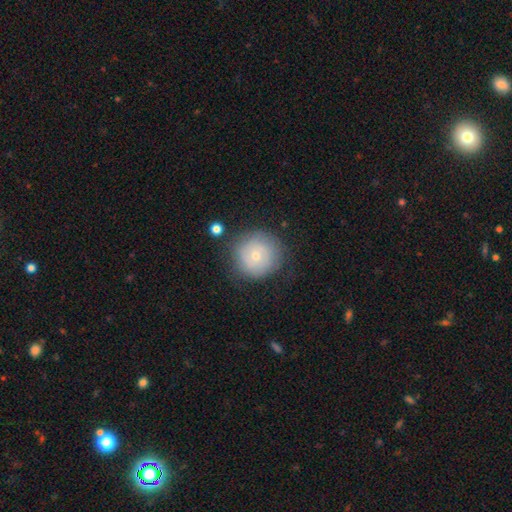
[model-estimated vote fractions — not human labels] This is possibly a smooth galaxy (57%). How rounded: clearly round (93%). Merging: likely none (76%).